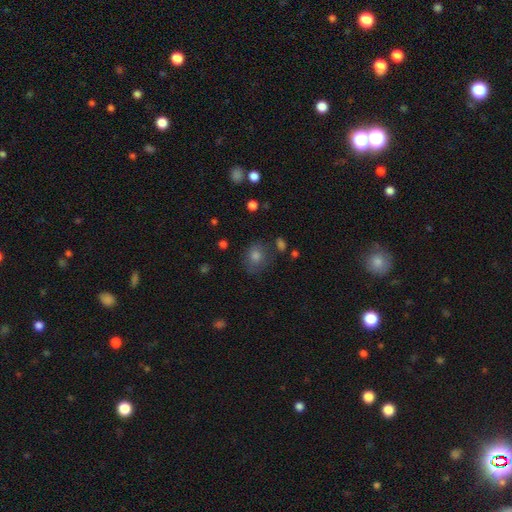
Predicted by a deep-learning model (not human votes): Morphology: type=smooth (71%); roundness=round (66%); merging=none (72%).